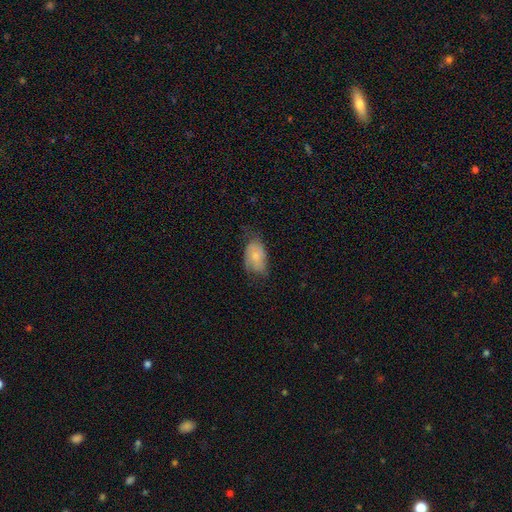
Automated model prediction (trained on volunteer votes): smooth_or_featured: smooth (p=0.57) [alt: featured or disk p=0.36]
how_rounded: in between (p=0.89) [alt: round p=0.09]
merging: none (p=0.51) [alt: minor disturbance p=0.34]